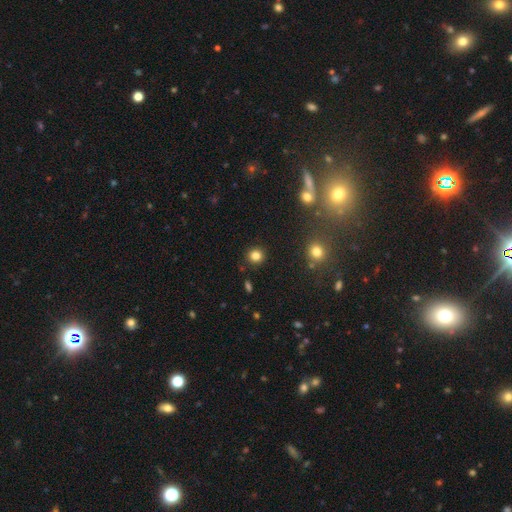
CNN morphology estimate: A smooth galaxy with no disk features (82%) that is round (92%).

Vote fractions:
- Smooth or featured? smooth: 82% / star or artifact: 13% / featured or disk: 5%
- How rounded? round: 92% / in between: 7% / cigar-shaped: 1%
- Merging? none: 90% / minor disturbance: 6% / merger: 2% / major disturbance: 2%